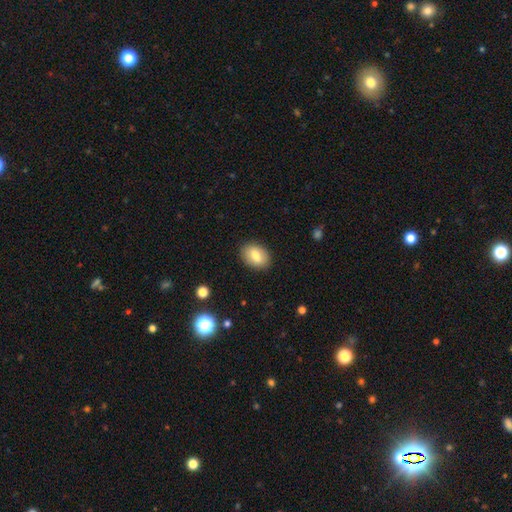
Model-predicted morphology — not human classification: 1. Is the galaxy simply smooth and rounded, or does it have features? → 78% smooth, 14% featured or disk, 8% star or artifact.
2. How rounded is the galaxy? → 79% in between, 20% round, 1% cigar-shaped.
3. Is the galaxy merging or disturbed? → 88% none, 9% minor disturbance, 2% major disturbance, 1% merger.